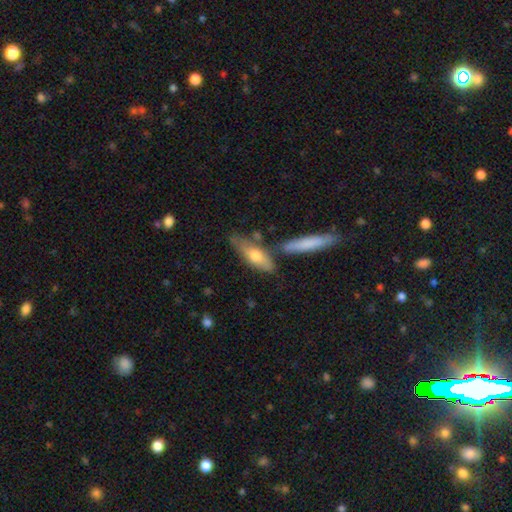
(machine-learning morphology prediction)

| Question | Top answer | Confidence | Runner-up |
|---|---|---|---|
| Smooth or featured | smooth | 64% | featured or disk (30%) |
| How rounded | in between | 49% | cigar-shaped (48%) |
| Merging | none | 59% | minor disturbance (18%) |